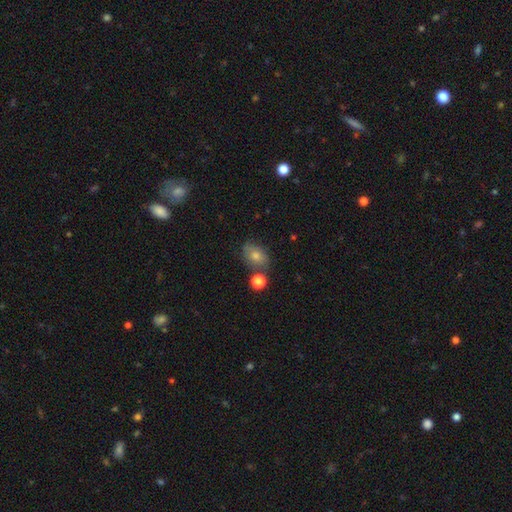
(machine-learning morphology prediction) smooth_or_featured: smooth (p=0.63) [alt: featured or disk p=0.19]
how_rounded: in between (p=0.66) [alt: round p=0.33]
merging: none (p=0.69) [alt: minor disturbance p=0.17]